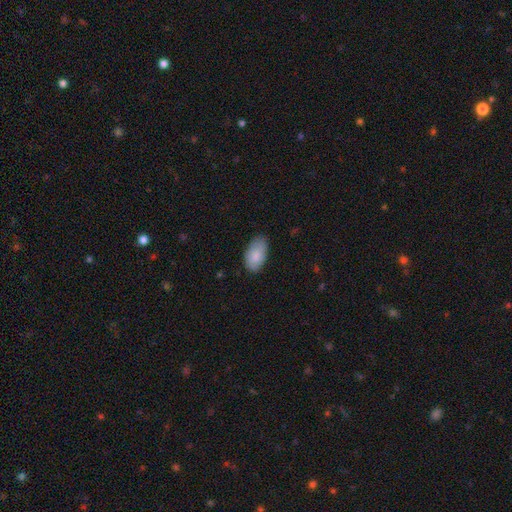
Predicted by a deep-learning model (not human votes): This is clearly a smooth galaxy (85%). How rounded: clearly in between (95%). Merging: likely none (75%).